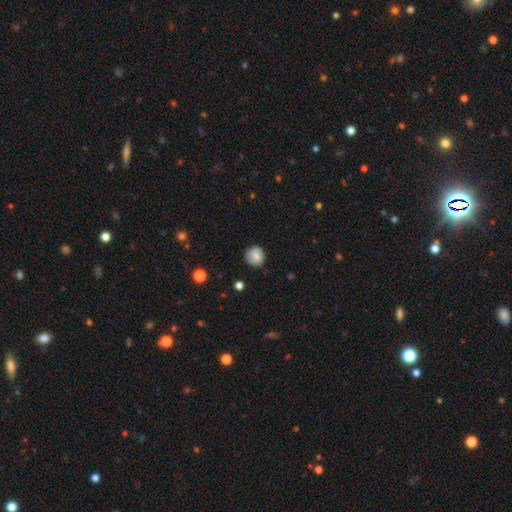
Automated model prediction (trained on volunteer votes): The model was most divided on "smooth or featured": smooth: 77%, featured or disk: 15%, star or artifact: 8%. More confident: how rounded — round (88%); merging — none (80%).